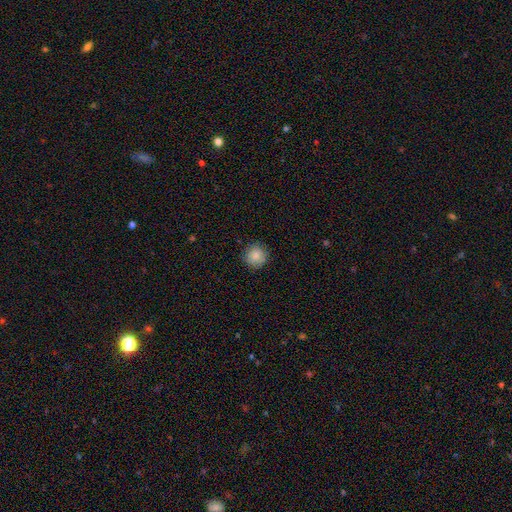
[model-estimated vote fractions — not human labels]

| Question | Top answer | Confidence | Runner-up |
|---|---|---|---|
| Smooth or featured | smooth | 86% | star or artifact (9%) |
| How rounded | round | 92% | in between (7%) |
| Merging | none | 87% | minor disturbance (9%) |